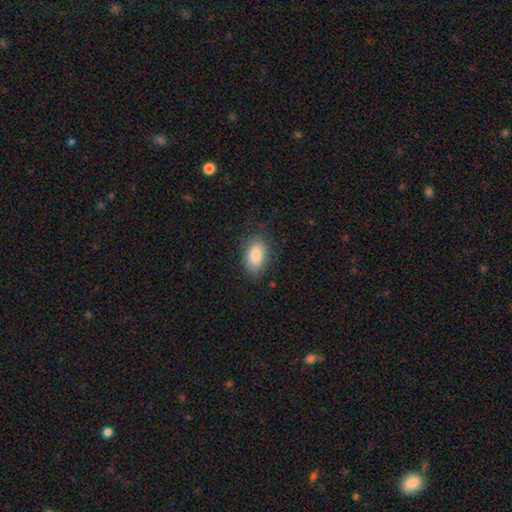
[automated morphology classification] The model was most divided on "merging": none: 76%, minor disturbance: 18%, major disturbance: 5%, merger: 1%. More confident: how rounded — in between (89%); smooth or featured — smooth (83%).